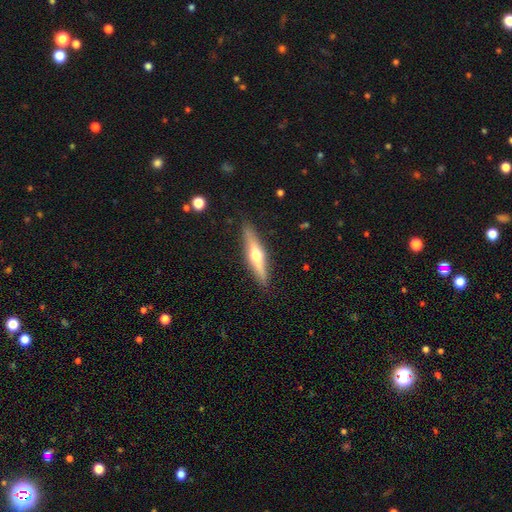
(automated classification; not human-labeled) smooth-or-featured: featured or disk: 61% | smooth: 33% | star or artifact: 6%
  disk-edge-on: yes: 94% | no: 6%
    edge-on-bulge: rounded: 91% | none: 5% | boxy: 4%
  merging: none: 88% | minor disturbance: 9% | major disturbance: 2% | merger: 1%